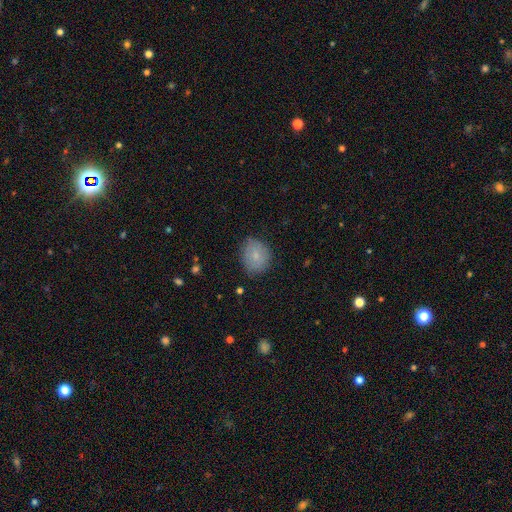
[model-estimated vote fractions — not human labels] smooth-or-featured: smooth: 79% | featured or disk: 12% | star or artifact: 8%
  how-rounded: round: 64% | in between: 35% | cigar-shaped: 1%
  merging: none: 74% | minor disturbance: 21% | major disturbance: 4% | merger: 1%